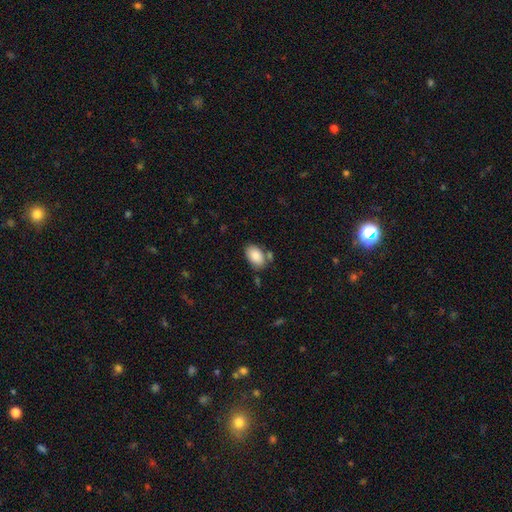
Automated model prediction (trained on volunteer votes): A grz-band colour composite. It shows a smooth galaxy with no disk features (87%) that is in between round and cigar-shaped (92%). Merging: none (68%).